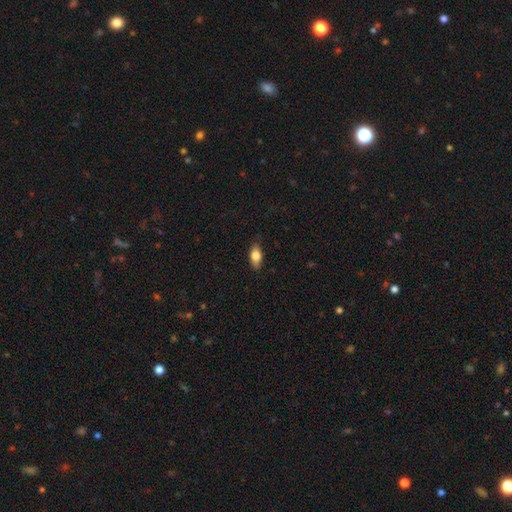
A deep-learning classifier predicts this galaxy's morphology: Smooth or featured?
  - smooth: 77% *
  - featured or disk: 16%
  - star or artifact: 7%
How rounded?
  - in between: 85% *
  - cigar-shaped: 10%
  - round: 4%
Merging?
  - none: 83% *
  - minor disturbance: 14%
  - major disturbance: 3%
  - merger: 1%